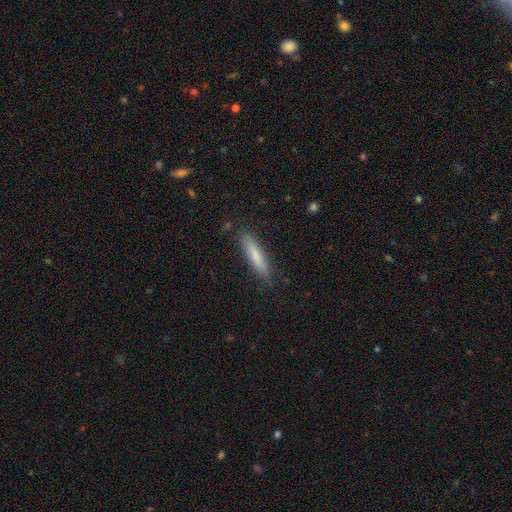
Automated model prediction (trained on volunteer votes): smooth 76%, featured or disk 18%, star or artifact 6%. Down the decision tree: how rounded — cigar-shaped (83%); merging — none (85%).